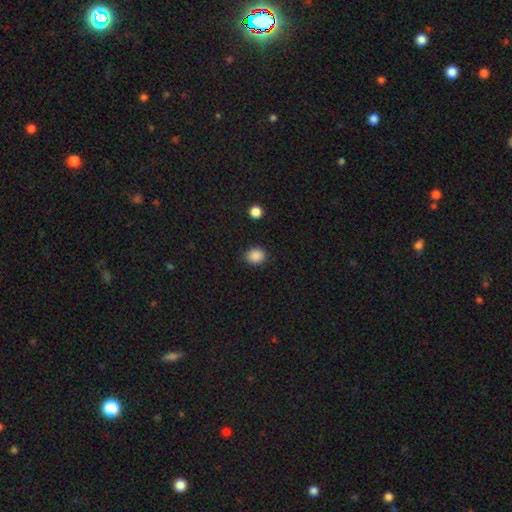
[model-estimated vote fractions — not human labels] Smooth or featured? Predicted: smooth (p=0.87). How rounded? Predicted: round (p=0.62). Merging? Predicted: none (p=0.86).